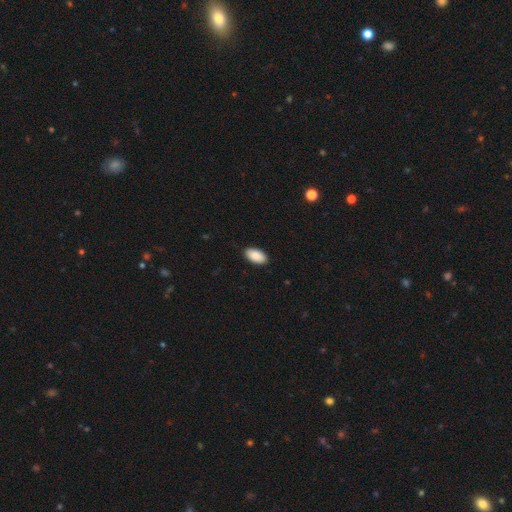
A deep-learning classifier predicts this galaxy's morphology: smooth-or-featured: smooth: 89% | star or artifact: 6% | featured or disk: 5%
  how-rounded: in between: 96% | round: 3% | cigar-shaped: 2%
  merging: none: 89% | minor disturbance: 8% | major disturbance: 2% | merger: 1%